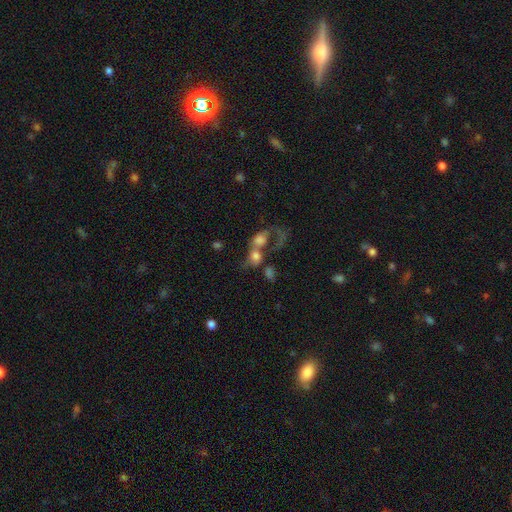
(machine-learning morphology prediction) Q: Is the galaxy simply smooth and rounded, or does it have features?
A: smooth — 59%.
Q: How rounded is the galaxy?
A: in between — 50%.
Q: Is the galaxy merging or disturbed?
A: merger — 71%.